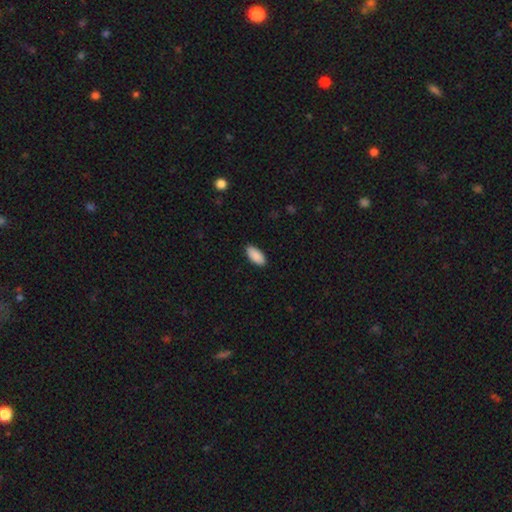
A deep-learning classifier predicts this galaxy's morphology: A smooth galaxy with no disk features (91%) that is in between round and cigar-shaped (91%).

Vote fractions:
- Smooth or featured? smooth: 91% / star or artifact: 6% / featured or disk: 3%
- How rounded? in between: 91% / cigar-shaped: 7% / round: 2%
- Merging? none: 87% / minor disturbance: 10% / major disturbance: 2% / merger: 1%